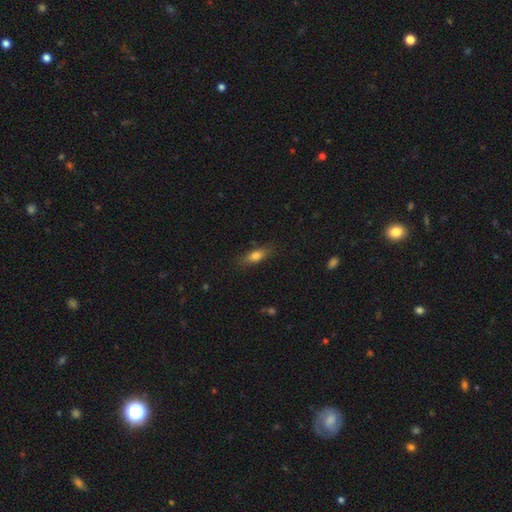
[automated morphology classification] Smooth or featured: smooth — 72% (featured or disk — 20%)
How rounded: in between — 61% (cigar-shaped — 35%)
Merging: none — 82% (minor disturbance — 14%)